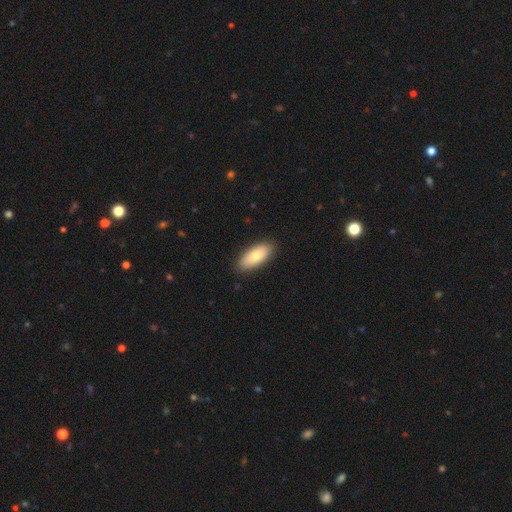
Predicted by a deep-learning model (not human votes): Smooth or featured?
  - smooth: 77% *
  - featured or disk: 17%
  - star or artifact: 6%
How rounded?
  - in between: 87% *
  - cigar-shaped: 10%
  - round: 2%
Merging?
  - none: 89% *
  - minor disturbance: 8%
  - major disturbance: 2%
  - merger: 1%